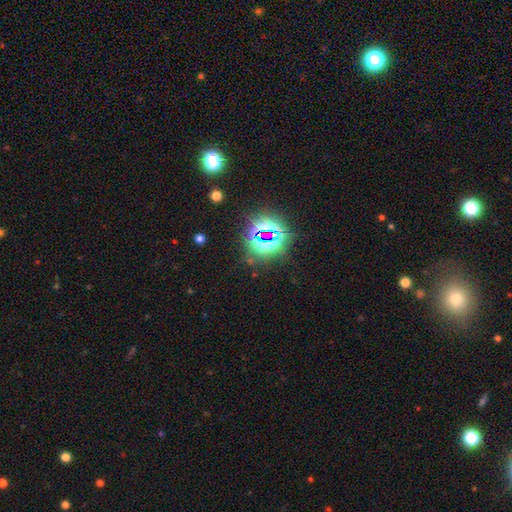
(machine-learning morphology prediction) star or artifact 78%, smooth 13%, featured or disk 8%.